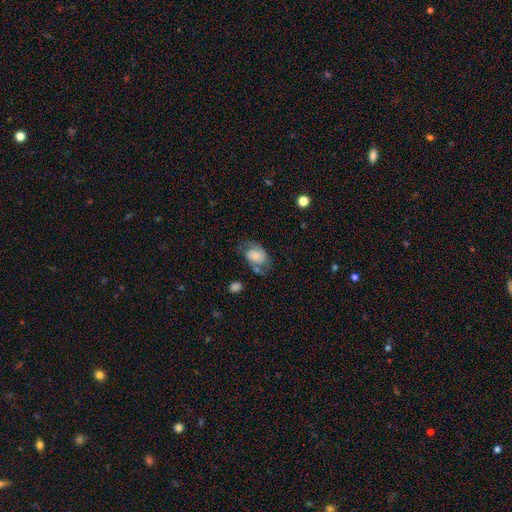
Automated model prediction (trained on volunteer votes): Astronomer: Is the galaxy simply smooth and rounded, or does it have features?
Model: smooth — 51% (runner-up: featured or disk, 41%).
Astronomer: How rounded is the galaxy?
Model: in between — 77%.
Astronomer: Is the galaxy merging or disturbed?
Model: none — 49% (runner-up: minor disturbance, 26%).